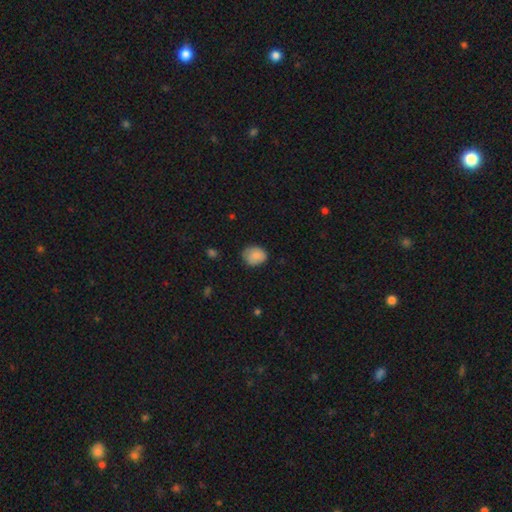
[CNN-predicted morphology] The model was most divided on "how rounded": round: 55%, in between: 44%, cigar-shaped: 1%. More confident: smooth or featured — smooth (86%); merging — none (71%).